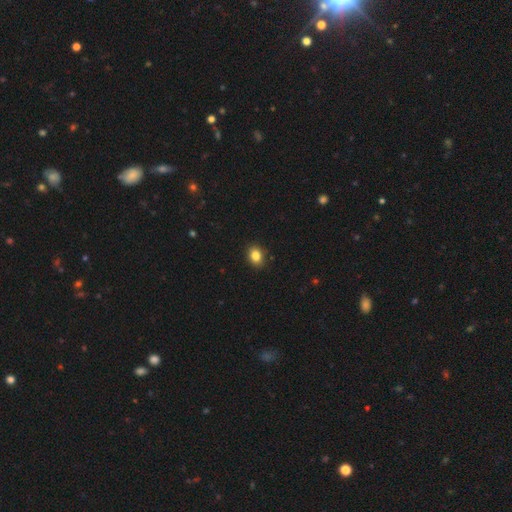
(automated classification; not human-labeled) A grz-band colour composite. It shows a smooth galaxy with no disk features (85%) that is in between round and cigar-shaped (56%). Merging: none (90%).